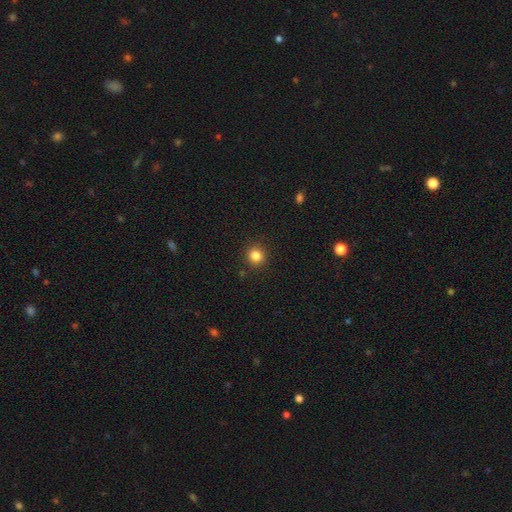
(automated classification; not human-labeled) Smooth or featured? Predicted: smooth (p=0.83). How rounded? Predicted: round (p=0.91). Merging? Predicted: none (p=0.91).